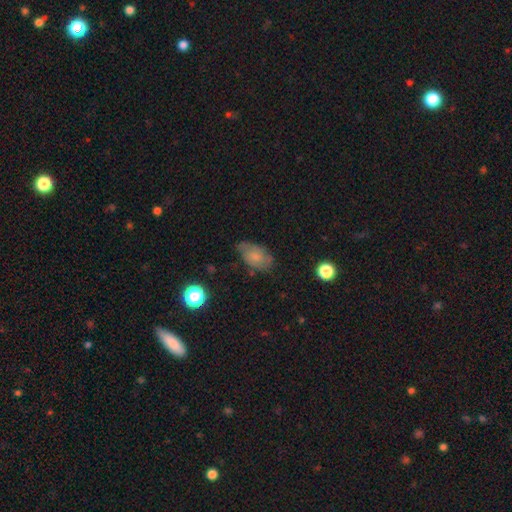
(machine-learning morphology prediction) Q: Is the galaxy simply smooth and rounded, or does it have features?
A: smooth — 67%.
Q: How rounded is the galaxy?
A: in between — 88%.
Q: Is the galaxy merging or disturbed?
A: none — 58%.